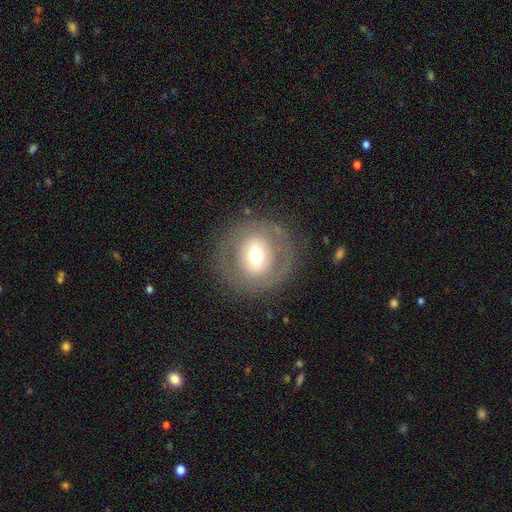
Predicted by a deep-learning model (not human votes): A smooth galaxy with no disk features (47%).

Vote fractions:
- Smooth or featured? smooth: 47% / featured or disk: 45% / star or artifact: 8%
- Merging? none: 82% / minor disturbance: 10% / major disturbance: 7% / merger: 1%